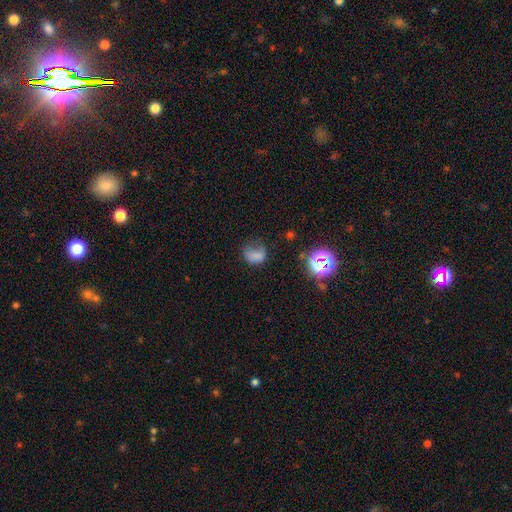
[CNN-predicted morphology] smooth_or_featured: smooth (p=0.66) [alt: star or artifact p=0.20]
how_rounded: in between (p=0.56) [alt: round p=0.42]
merging: major disturbance (p=0.35) [alt: none p=0.32]